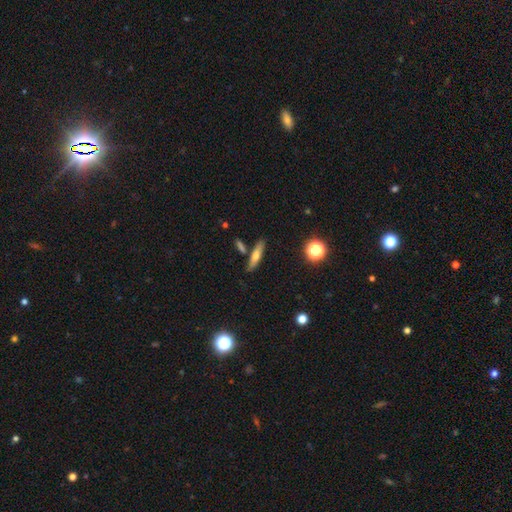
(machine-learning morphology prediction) Overall: smooth (54%; featured or disk 37%). How rounded: cigar-shaped (78%). Merging: none (80%).